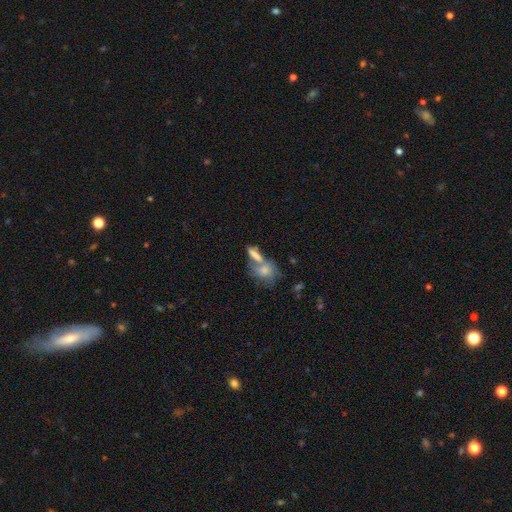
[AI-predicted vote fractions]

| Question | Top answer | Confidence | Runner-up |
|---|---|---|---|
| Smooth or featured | smooth | 71% | featured or disk (20%) |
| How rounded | in between | 65% | cigar-shaped (18%) |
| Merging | merger | 52% | none (31%) |